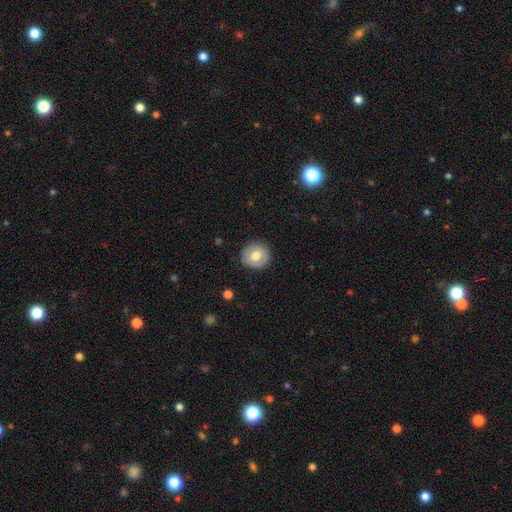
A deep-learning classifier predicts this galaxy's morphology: Q: Smooth or featured?
A: smooth (68%); runner-up: featured or disk (25%)
Q: How rounded?
A: round (92%); runner-up: in between (7%)
Q: Merging?
A: none (88%); runner-up: minor disturbance (9%)